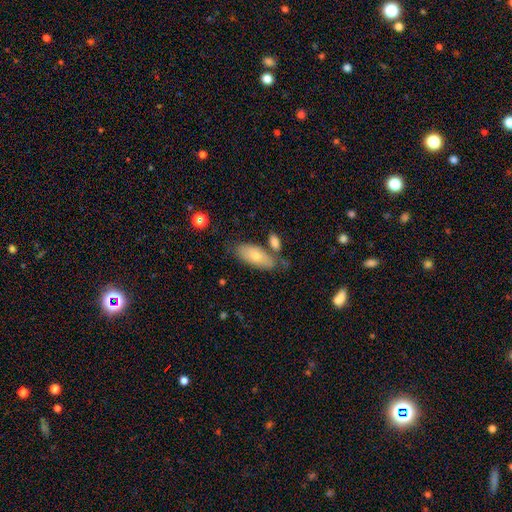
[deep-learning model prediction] Morphology: type=smooth (75%); roundness=in between (85%); merging=none (62%).